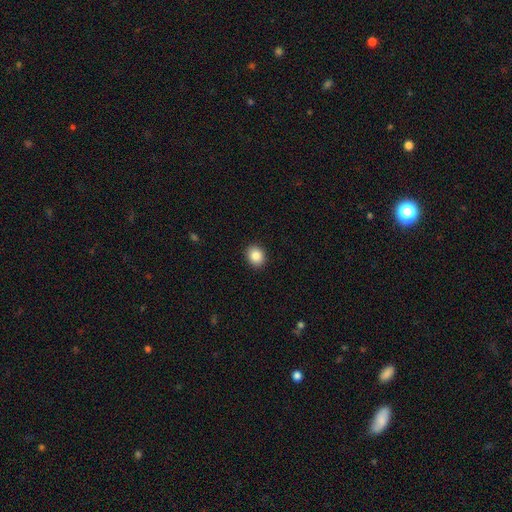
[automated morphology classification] A smooth galaxy with no disk features (87%) that is round (62%). Merging: none (91%).